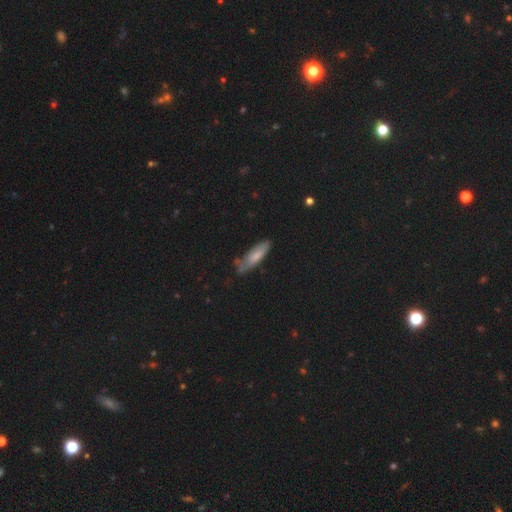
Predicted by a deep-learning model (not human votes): This appears to be a smooth galaxy with no disk features (72%) that is cigar-shaped (53%). Merging: none (61%).